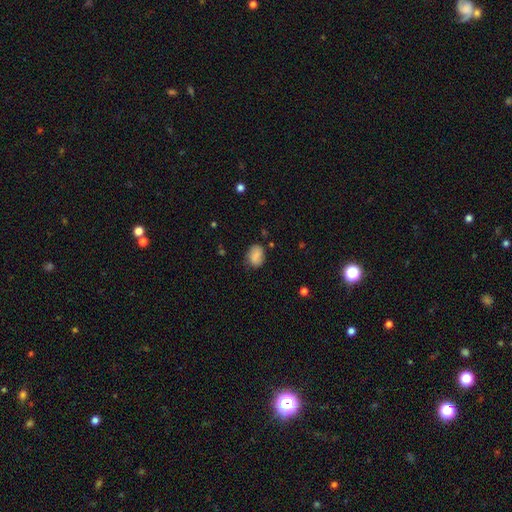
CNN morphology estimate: Smooth or featured? smooth (80%)
How rounded? in between (73%)
Merging? none (70%)